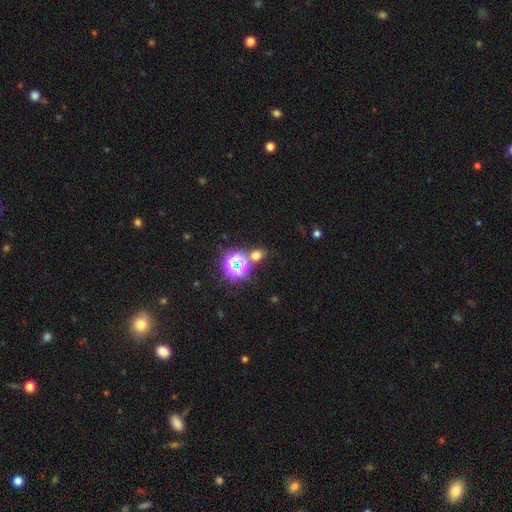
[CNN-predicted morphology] Overall: smooth (55%; star or artifact 36%). How rounded: round (59%; in between 39%). Merging: none (71%).